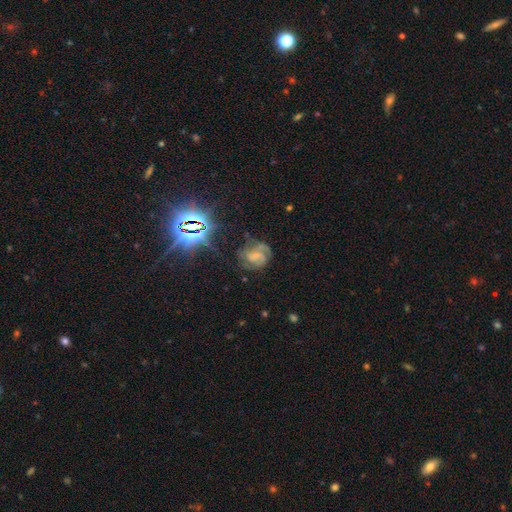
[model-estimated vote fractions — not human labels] This is likely a featured or disk galaxy (64%). It is clearly not viewed edge-on (97%). Bar: likely no (62%). Spiral arm pattern: clearly yes (86%). Spiral arm count: marginally 2 (34%). Spiral winding: marginally medium (43%). Central bulge: possibly small (46%). Merging: possibly none (53%).